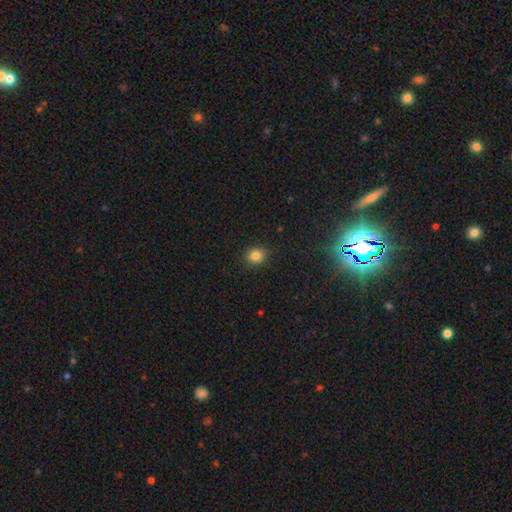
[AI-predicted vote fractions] Smooth or featured: smooth — 83% (star or artifact — 12%)
How rounded: round — 70% (in between — 29%)
Merging: none — 89% (minor disturbance — 7%)